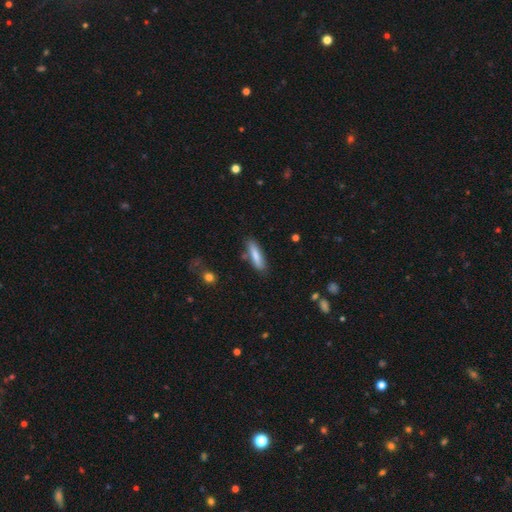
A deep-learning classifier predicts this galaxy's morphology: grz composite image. It shows a smooth galaxy with no disk features (78%) that is cigar-shaped (68%). Merging: none (79%).